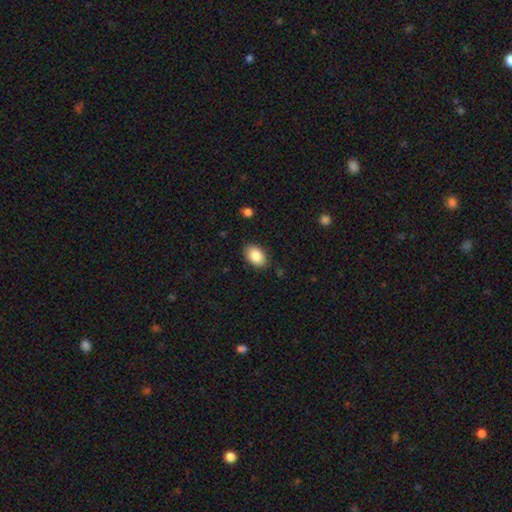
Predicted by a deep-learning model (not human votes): Morphology: type=smooth (87%); roundness=in between (88%); merging=none (86%).